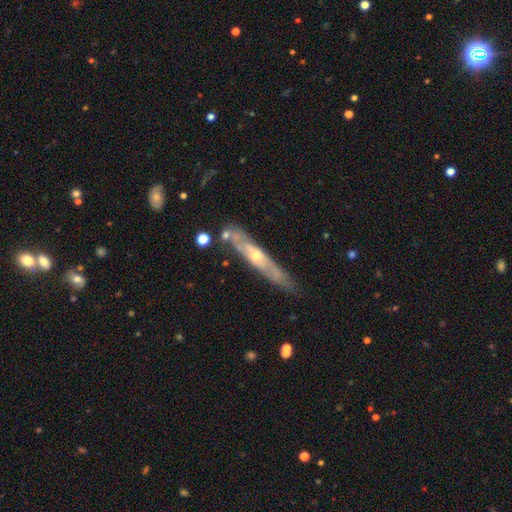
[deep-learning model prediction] This is likely a featured or disk galaxy (70%). It is likely viewed edge-on (76%). Edge-on bulge: likely rounded (70%). Merging: likely none (75%).